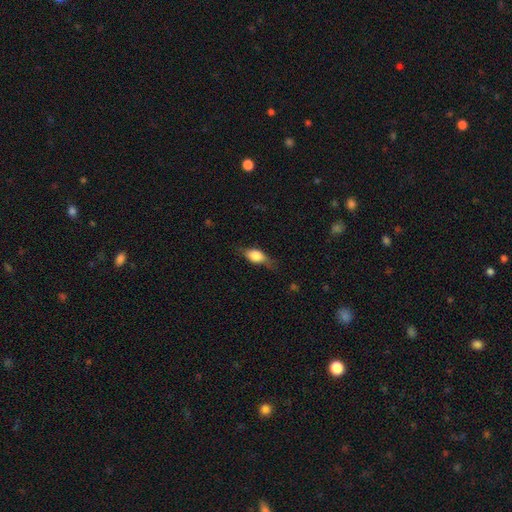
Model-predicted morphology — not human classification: smooth_or_featured: smooth (p=0.70) [alt: featured or disk p=0.22]
how_rounded: in between (p=0.78) [alt: cigar-shaped p=0.13]
merging: none (p=0.63) [alt: minor disturbance p=0.26]